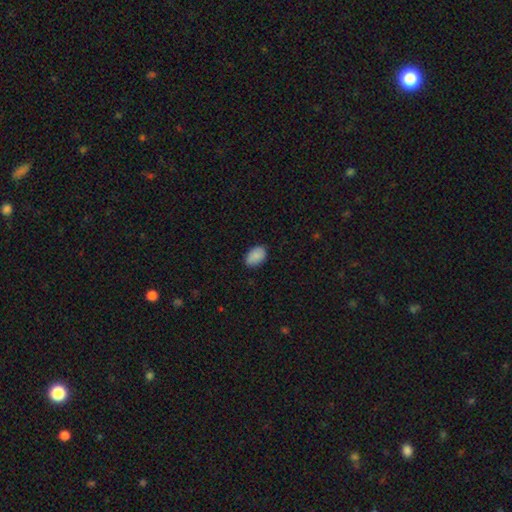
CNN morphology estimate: Smooth or featured? Predicted: smooth (p=0.88). How rounded? Predicted: in between (p=0.88). Merging? Predicted: none (p=0.84).